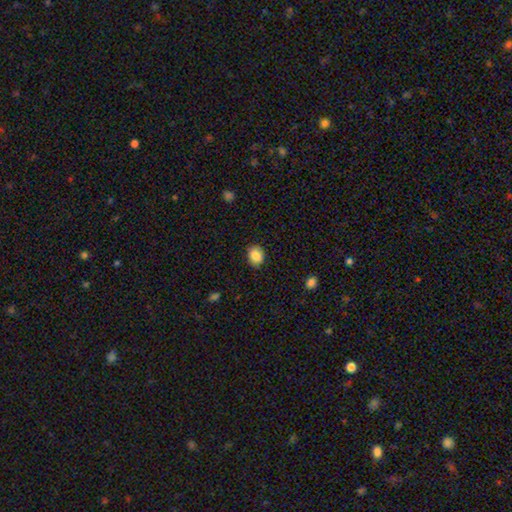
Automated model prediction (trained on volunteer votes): smooth_or_featured: smooth (p=0.88) [alt: star or artifact p=0.08]
how_rounded: round (p=0.53) [alt: in between p=0.46]
merging: none (p=0.84) [alt: minor disturbance p=0.12]